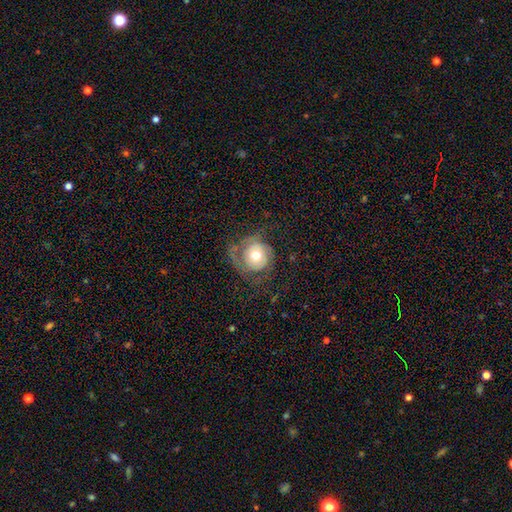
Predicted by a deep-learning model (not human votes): The model was most divided on "smooth or featured": featured or disk: 52%, smooth: 40%, star or artifact: 8%. Remaining: edge-on disk — no (96%); bar — no (84%); bulge size — moderate (70%); spiral arms — yes (68%); merging — none (47%).